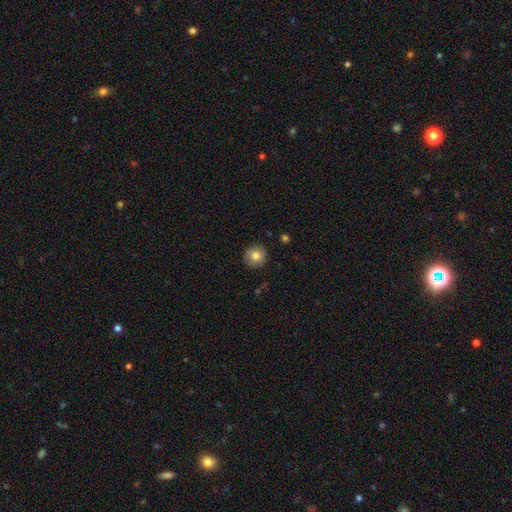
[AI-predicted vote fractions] smooth 80%, featured or disk 11%, star or artifact 9%. Down the decision tree: how rounded — round (92%); merging — none (87%).